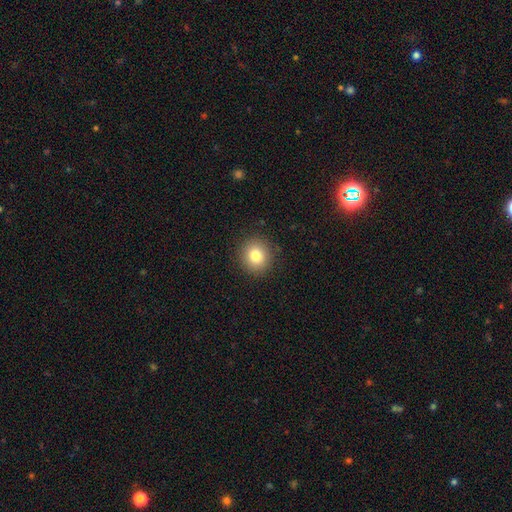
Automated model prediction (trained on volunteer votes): A smooth galaxy with no disk features (81%) that is round (89%). Merging: none (90%).